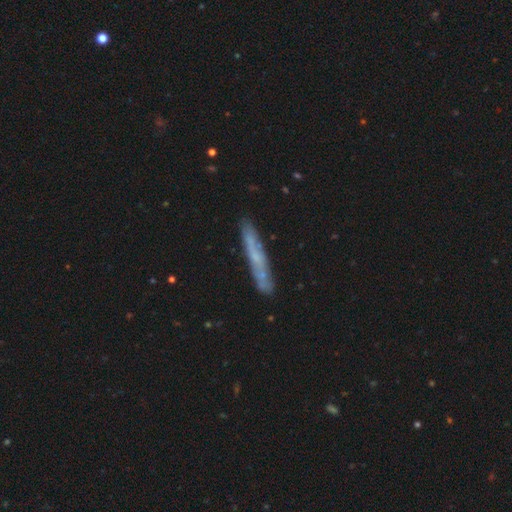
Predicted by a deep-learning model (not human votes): smooth-or-featured: featured or disk: 53% | smooth: 39% | star or artifact: 8%
  disk-edge-on: yes: 75% | no: 25%
  merging: none: 81% | minor disturbance: 14% | major disturbance: 3% | merger: 3%